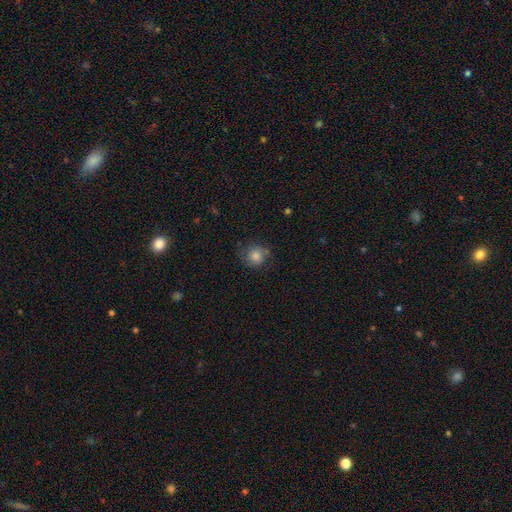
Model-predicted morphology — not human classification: A smooth galaxy with no disk features (70%) that is round (84%).

Vote fractions:
- Smooth or featured? smooth: 70% / featured or disk: 19% / star or artifact: 12%
- How rounded? round: 84% / in between: 15% / cigar-shaped: 1%
- Merging? none: 69% / minor disturbance: 20% / major disturbance: 9% / merger: 2%